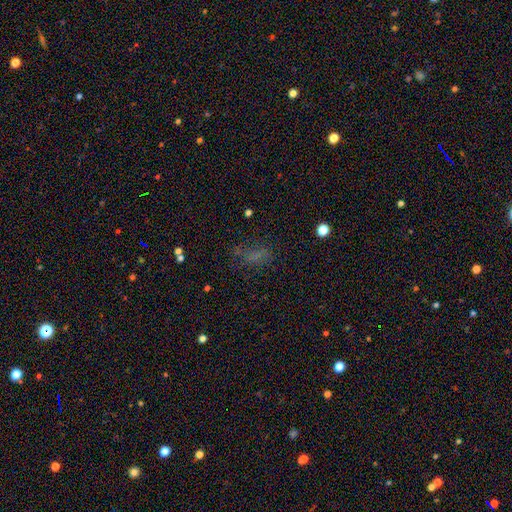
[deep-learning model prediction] smooth-or-featured: smooth: 55% | star or artifact: 27% | featured or disk: 18%
  how-rounded: in between: 75% | cigar-shaped: 15% | round: 10%
  merging: none: 57% | minor disturbance: 21% | major disturbance: 18% | merger: 3%